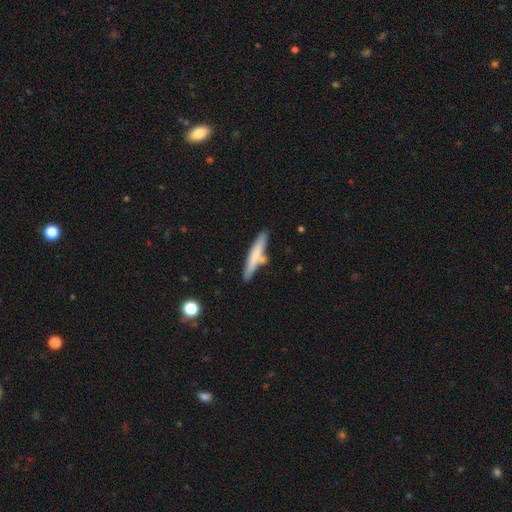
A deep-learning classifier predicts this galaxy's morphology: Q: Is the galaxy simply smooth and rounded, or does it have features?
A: smooth — 66%.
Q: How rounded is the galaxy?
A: cigar-shaped — 92%.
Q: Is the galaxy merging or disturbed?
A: none — 72%.